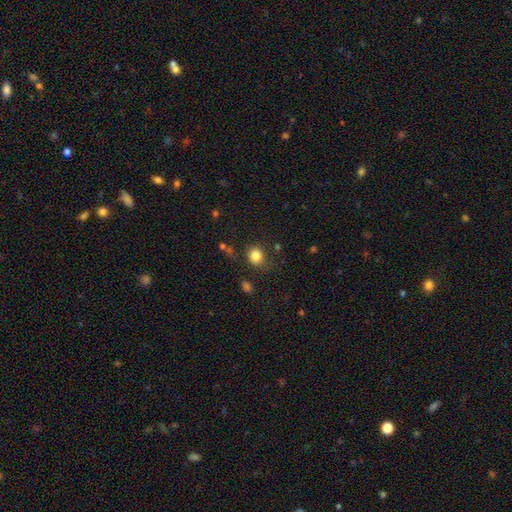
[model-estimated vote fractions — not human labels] Smooth or featured? smooth (83%)
How rounded? round (72%)
Merging? none (77%)